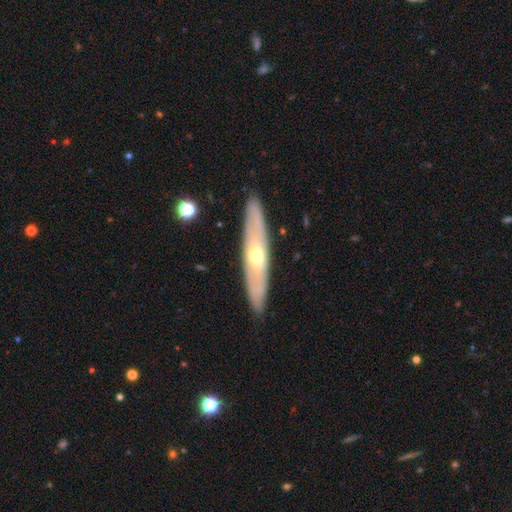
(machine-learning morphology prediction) The model was most divided on "edge-on disk": yes: 58%, no: 42%. More confident: merging — none (88%); smooth or featured — featured or disk (65%).